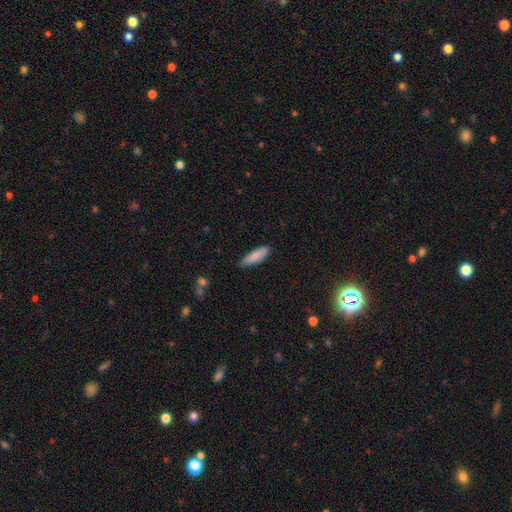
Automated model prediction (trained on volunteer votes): Smooth or featured?
  - smooth: 85% *
  - featured or disk: 8%
  - star or artifact: 6%
How rounded?
  - cigar-shaped: 55% *
  - in between: 43%
  - round: 1%
Merging?
  - none: 79% *
  - minor disturbance: 17%
  - major disturbance: 2%
  - merger: 1%